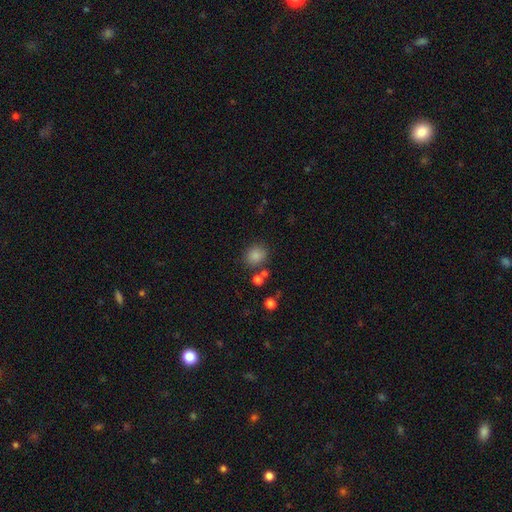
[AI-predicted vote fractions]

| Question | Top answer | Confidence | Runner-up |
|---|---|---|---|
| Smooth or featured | smooth | 84% | star or artifact (11%) |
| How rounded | round | 73% | in between (26%) |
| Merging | none | 79% | minor disturbance (10%) |